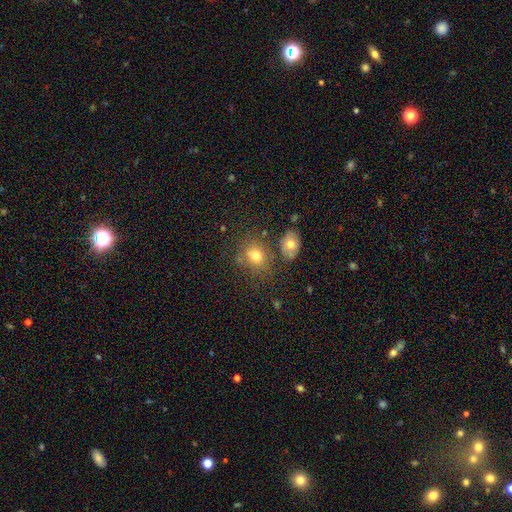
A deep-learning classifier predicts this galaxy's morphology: Smooth or featured? smooth (72%)
How rounded? round (57%)
Merging? none (62%)